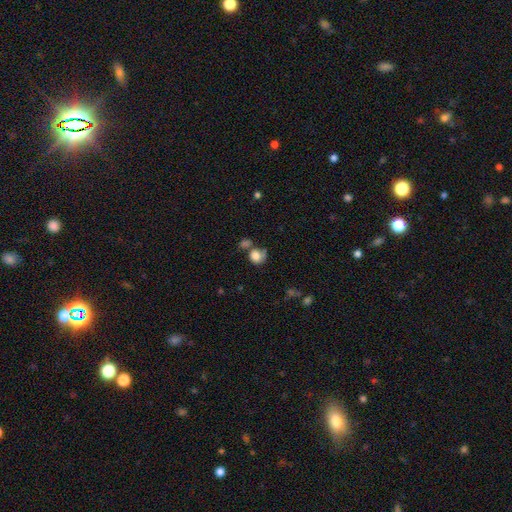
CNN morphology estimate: This is likely a smooth galaxy (77%). How rounded: likely round (72%). Merging: marginally none (37%).